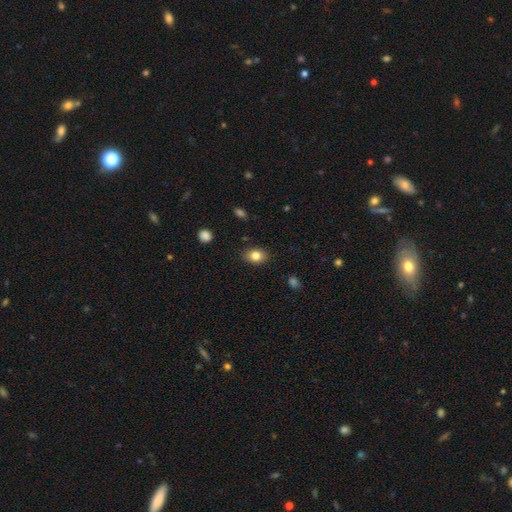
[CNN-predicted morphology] Smooth or featured? smooth (82%)
How rounded? in between (66%)
Merging? none (86%)